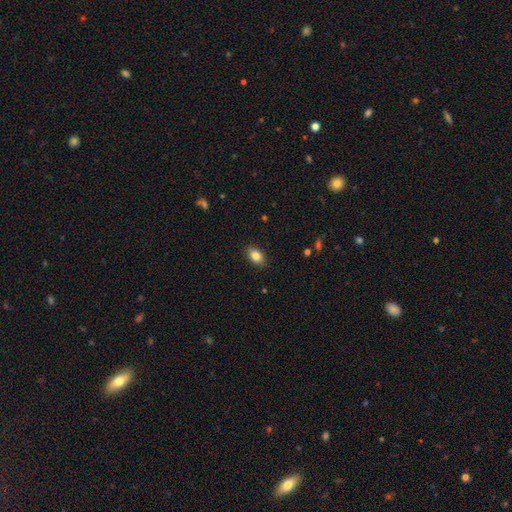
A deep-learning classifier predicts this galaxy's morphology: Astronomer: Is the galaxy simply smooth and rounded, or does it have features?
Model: smooth — 85%.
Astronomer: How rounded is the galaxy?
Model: in between — 86%.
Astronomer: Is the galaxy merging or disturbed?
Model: none — 89%.